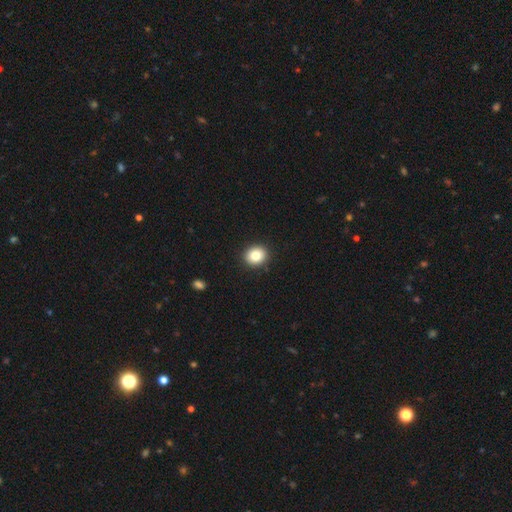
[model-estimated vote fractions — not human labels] smooth 82%, star or artifact 9%, featured or disk 9%. Down the decision tree: how rounded — round (74%); merging — none (92%).